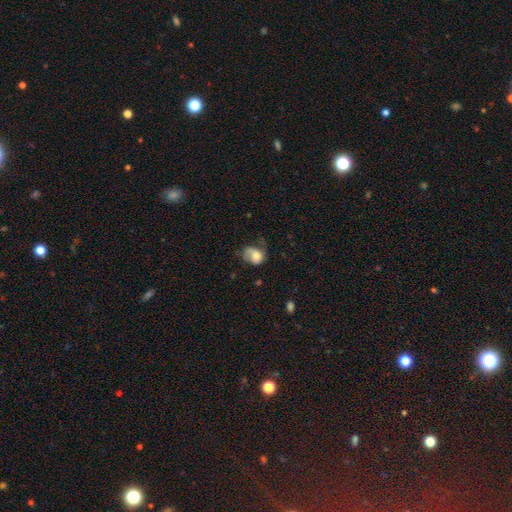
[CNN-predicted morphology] Q: Smooth or featured?
A: smooth (63%); runner-up: featured or disk (28%)
Q: How rounded?
A: in between (55%); runner-up: round (44%)
Q: Merging?
A: major disturbance (36%); runner-up: minor disturbance (32%)